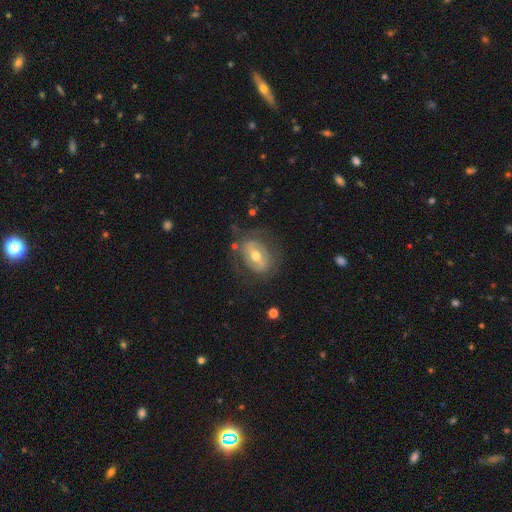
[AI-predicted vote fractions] This is likely a featured or disk galaxy (67%). It is clearly not viewed edge-on (92%). Bar: marginally strong (43%). Spiral arm pattern: possibly no (58%). Central bulge: likely moderate (72%). Merging: likely none (66%).